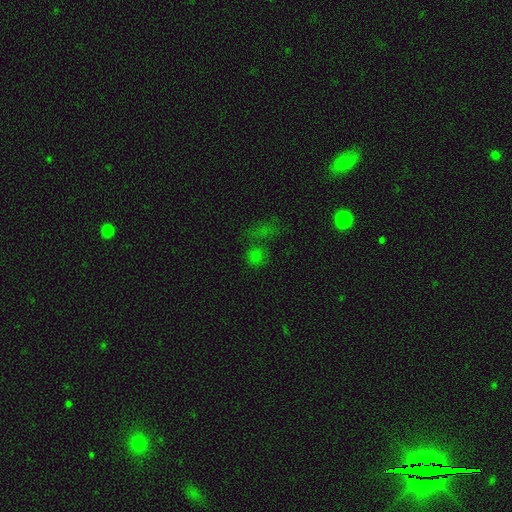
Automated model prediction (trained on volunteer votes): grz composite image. It shows a star or artifact, not a galaxy (46%).